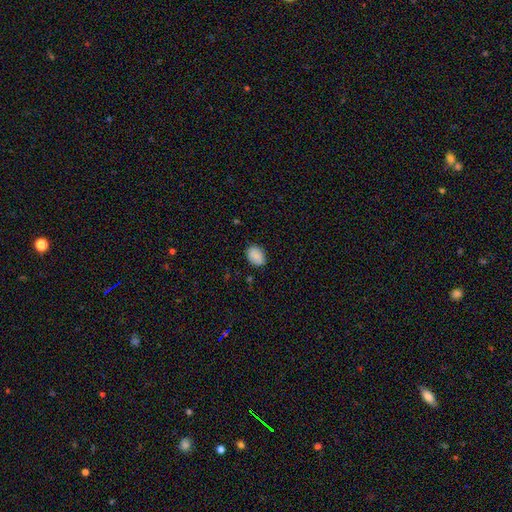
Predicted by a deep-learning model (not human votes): Smooth or featured?
  - smooth: 89% *
  - star or artifact: 8%
  - featured or disk: 3%
How rounded?
  - in between: 75% *
  - round: 24%
  - cigar-shaped: 1%
Merging?
  - none: 83% *
  - minor disturbance: 14%
  - major disturbance: 3%
  - merger: 1%